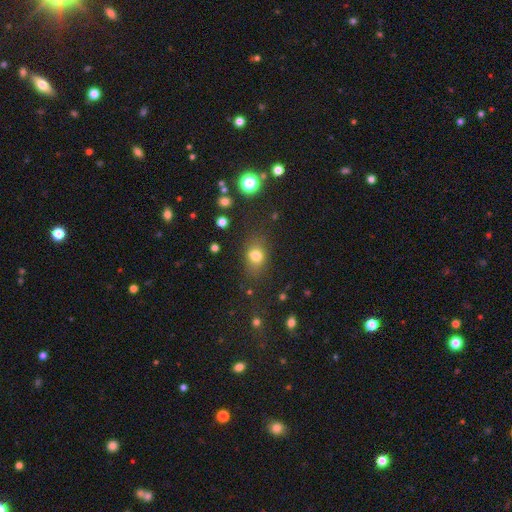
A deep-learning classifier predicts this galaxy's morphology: Smooth or featured? Predicted: smooth (p=0.75). How rounded? Predicted: in between (p=0.62). Merging? Predicted: none (p=0.70).